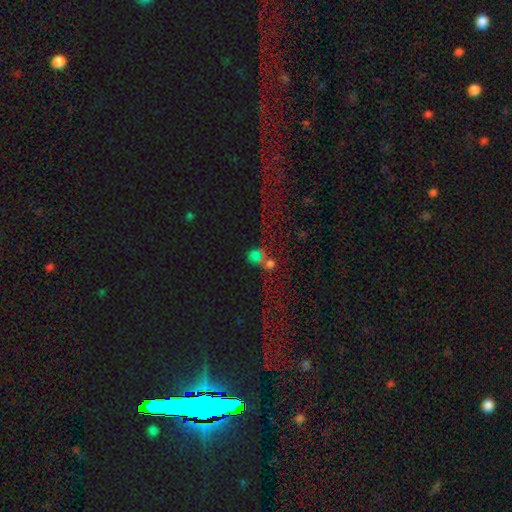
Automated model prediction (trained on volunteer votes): Smooth or featured: smooth — 44% (star or artifact — 42%)
Merging: none — 43% (merger — 33%)